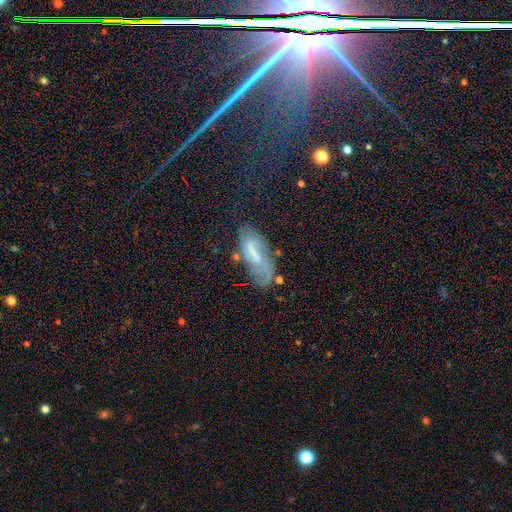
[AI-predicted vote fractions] Morphology: type=featured or disk (50%); edge-on=no (81%); merging=none (60%).